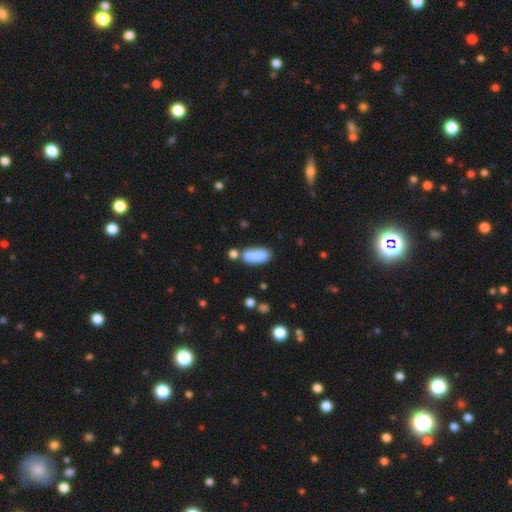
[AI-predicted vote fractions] The model was most divided on "merging": none: 58%, minor disturbance: 18%, merger: 18%, major disturbance: 6%. More confident: smooth or featured — smooth (85%); how rounded — in between (80%).